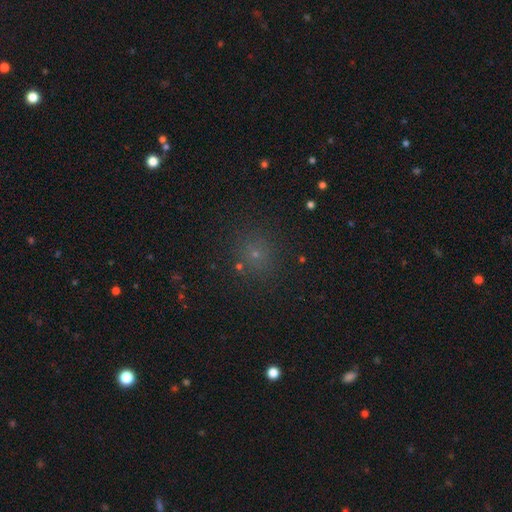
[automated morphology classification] Smooth or featured: smooth — 55% (star or artifact — 38%)
How rounded: round — 91% (in between — 8%)
Merging: none — 88% (minor disturbance — 7%)